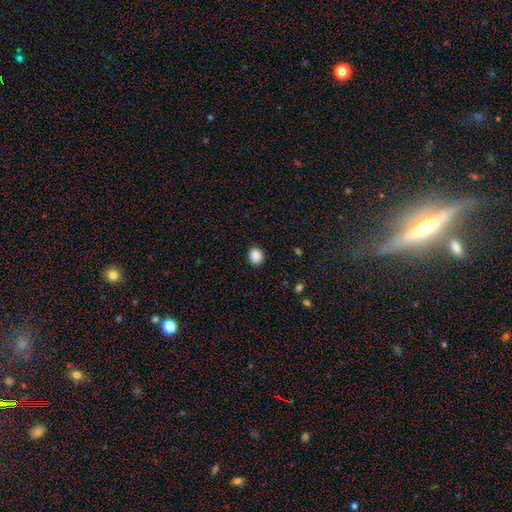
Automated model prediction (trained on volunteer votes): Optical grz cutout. It shows a smooth galaxy with no disk features (88%) that is round (71%). Merging: none (87%).